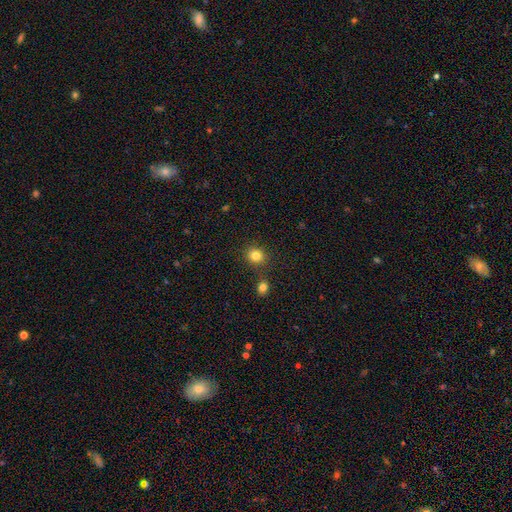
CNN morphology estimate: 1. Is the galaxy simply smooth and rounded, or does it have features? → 83% smooth, 12% star or artifact, 5% featured or disk.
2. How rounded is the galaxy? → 84% round, 15% in between, 1% cigar-shaped.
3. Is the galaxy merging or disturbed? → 83% none, 8% minor disturbance, 7% merger, 2% major disturbance.